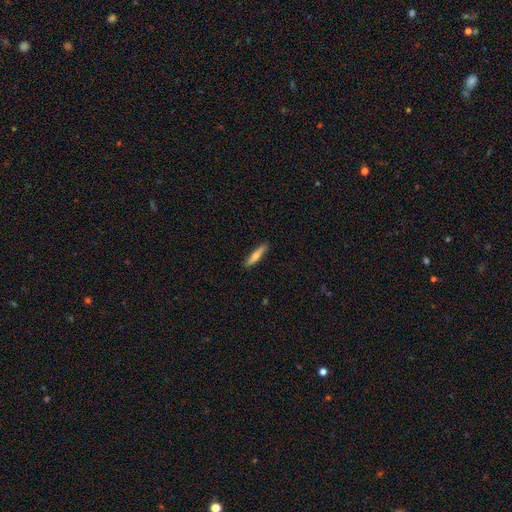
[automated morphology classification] Q: Smooth or featured?
A: smooth (61%); runner-up: featured or disk (33%)
Q: How rounded?
A: cigar-shaped (87%); runner-up: in between (11%)
Q: Merging?
A: none (89%); runner-up: minor disturbance (9%)